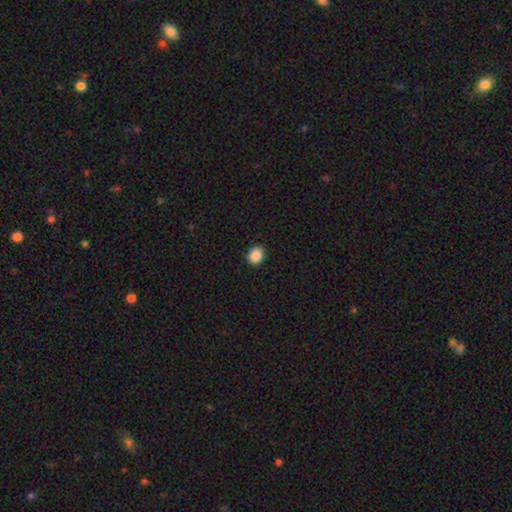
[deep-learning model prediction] Smooth or featured? smooth (89%)
How rounded? in between (51%)
Merging? none (91%)